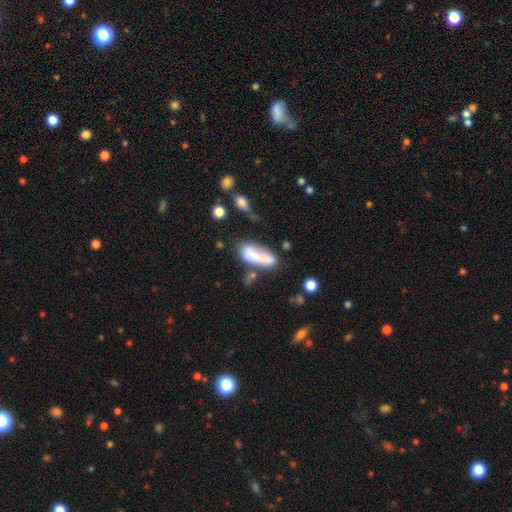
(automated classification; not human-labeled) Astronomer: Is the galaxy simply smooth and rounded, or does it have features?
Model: smooth — 69%.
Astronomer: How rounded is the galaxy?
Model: in between — 61% (runner-up: cigar-shaped, 37%).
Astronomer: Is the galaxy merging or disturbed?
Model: none — 32% (runner-up: merger, 29%).